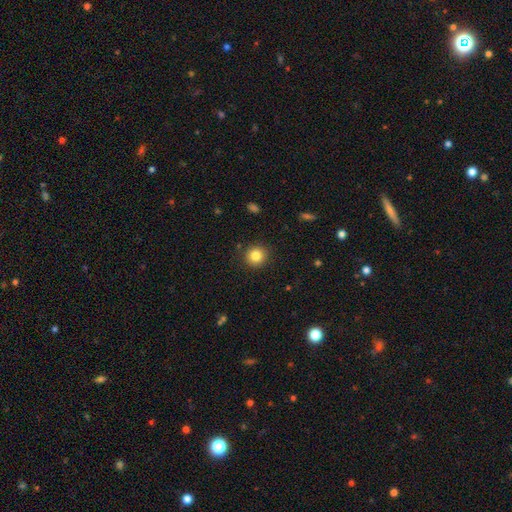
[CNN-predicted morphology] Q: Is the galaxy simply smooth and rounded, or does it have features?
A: smooth — 83%.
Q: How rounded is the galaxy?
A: round — 93%.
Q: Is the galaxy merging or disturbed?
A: none — 90%.